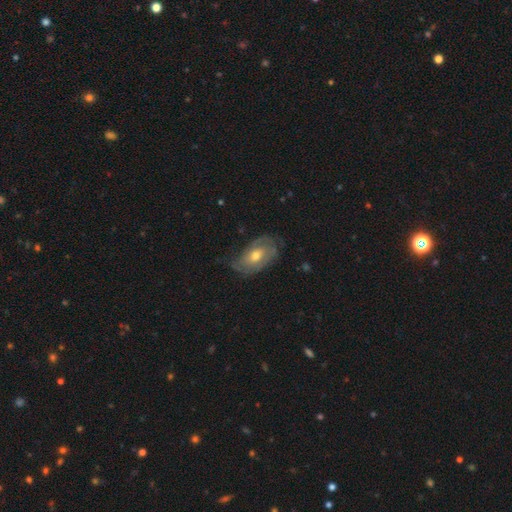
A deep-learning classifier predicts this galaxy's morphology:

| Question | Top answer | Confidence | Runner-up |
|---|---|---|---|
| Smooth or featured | featured or disk | 61% | smooth (32%) |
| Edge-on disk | no | 92% | yes (8%) |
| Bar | no | 68% | weak (26%) |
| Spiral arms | yes | 74% | no (26%) |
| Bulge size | moderate | 68% | small (25%) |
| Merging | none | 58% | minor disturbance (30%) |